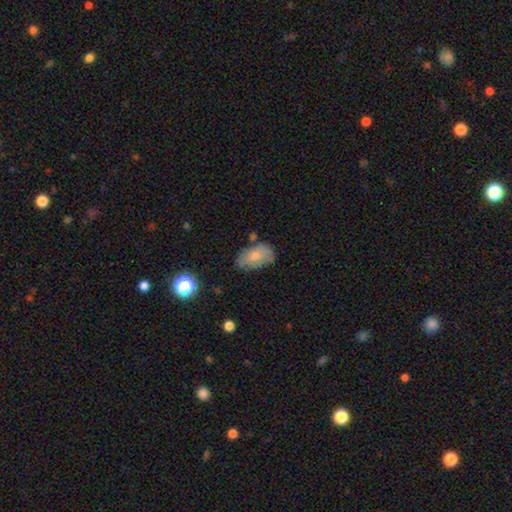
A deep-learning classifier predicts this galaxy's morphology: A smooth galaxy with no disk features (73%) that is in between round and cigar-shaped (92%). Merging: none (62%).